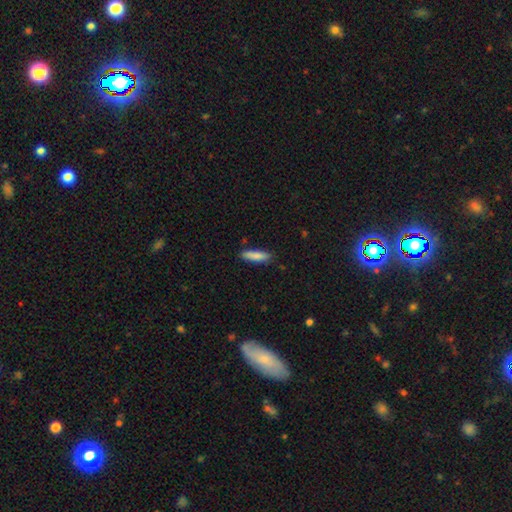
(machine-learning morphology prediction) Overall: smooth (85%). How rounded: cigar-shaped (70%). Merging: none (84%).